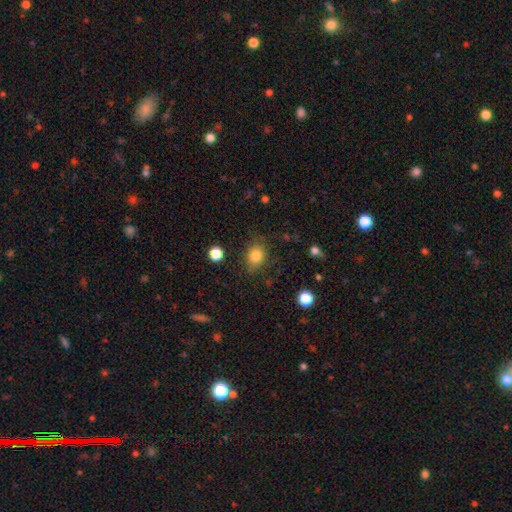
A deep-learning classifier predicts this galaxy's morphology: The model was most divided on "how rounded": round: 58%, in between: 41%, cigar-shaped: 1%. More confident: smooth or featured — smooth (83%); merging — none (79%).